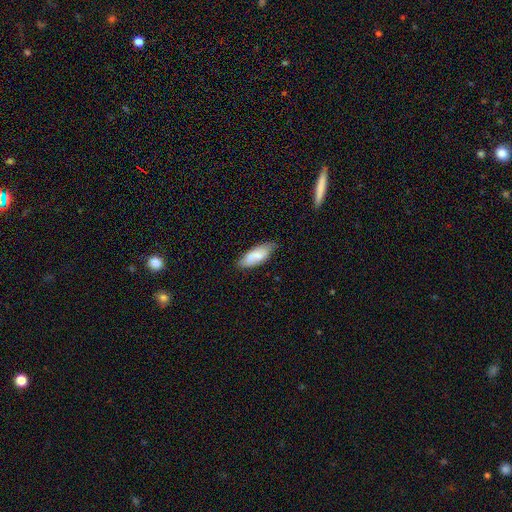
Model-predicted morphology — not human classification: Smooth or featured?
  - smooth: 70% *
  - featured or disk: 24%
  - star or artifact: 6%
How rounded?
  - in between: 80% *
  - cigar-shaped: 19%
  - round: 2%
Merging?
  - none: 73% *
  - minor disturbance: 22%
  - major disturbance: 4%
  - merger: 2%